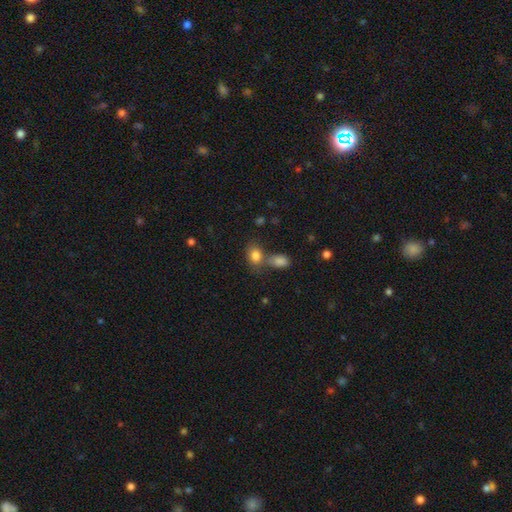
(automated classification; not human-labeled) Smooth or featured? Predicted: smooth (p=0.82). How rounded? Predicted: in between (p=0.67). Merging? Predicted: none (p=0.48).